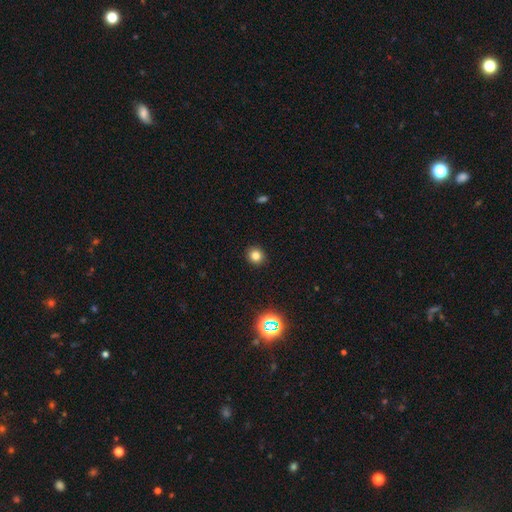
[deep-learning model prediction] A smooth galaxy with no disk features (80%) that is round (86%). Merging: none (92%).